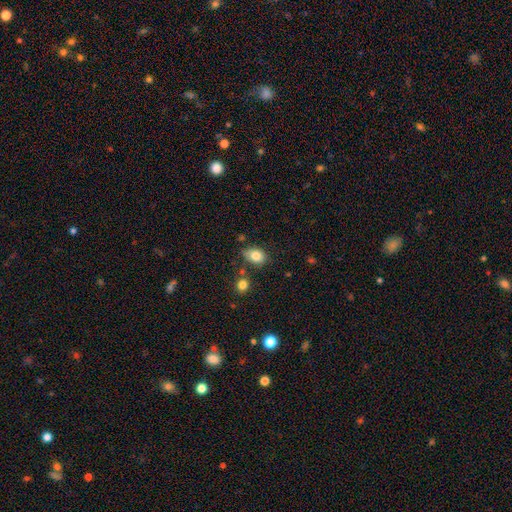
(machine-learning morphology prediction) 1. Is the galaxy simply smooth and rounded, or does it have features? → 81% smooth, 9% featured or disk, 9% star or artifact.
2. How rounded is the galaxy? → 74% in between, 25% round, 1% cigar-shaped.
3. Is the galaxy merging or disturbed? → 68% none, 21% minor disturbance, 8% merger, 4% major disturbance.